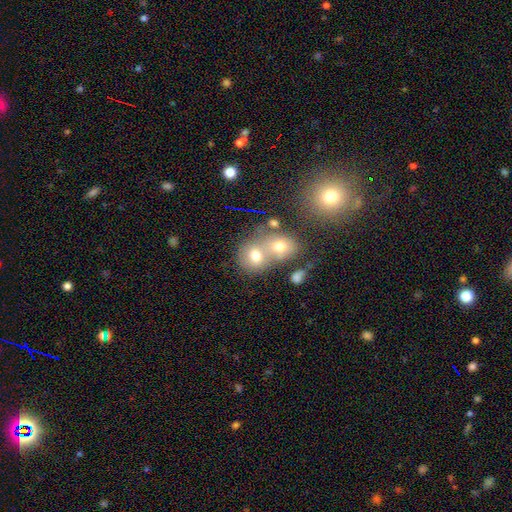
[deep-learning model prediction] Morphology: type=smooth (68%); roundness=round (70%); merging=merger (56%).